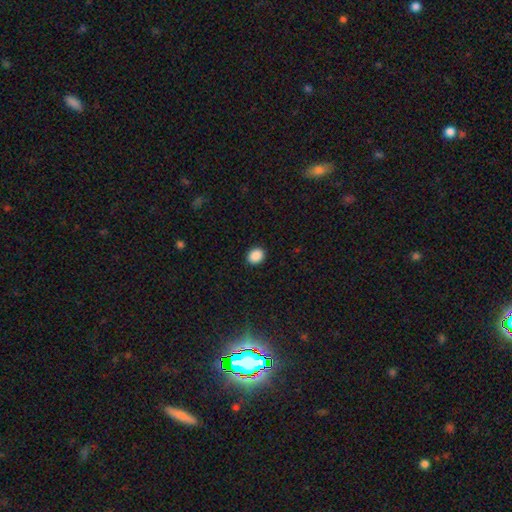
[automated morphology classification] Smooth or featured? Predicted: smooth (p=0.89). How rounded? Predicted: round (p=0.59). Merging? Predicted: none (p=0.91).